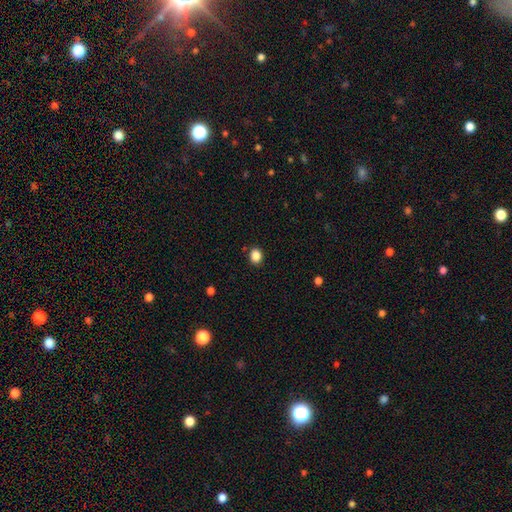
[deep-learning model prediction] Morphology: type=smooth (86%); roundness=round (58%); merging=none (88%).